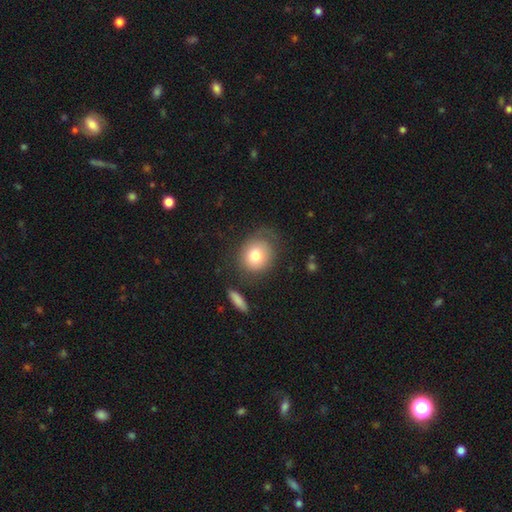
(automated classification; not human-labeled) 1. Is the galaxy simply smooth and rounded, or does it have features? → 77% smooth, 16% featured or disk, 8% star or artifact.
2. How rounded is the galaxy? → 76% round, 23% in between, 1% cigar-shaped.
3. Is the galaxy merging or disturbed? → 63% none, 20% minor disturbance, 12% major disturbance, 4% merger.